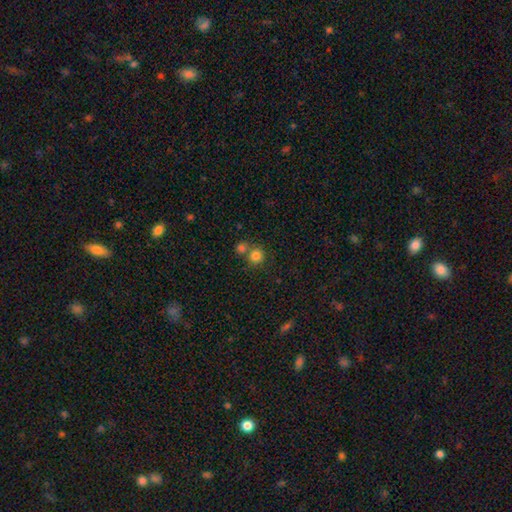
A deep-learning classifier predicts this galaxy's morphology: The model was most divided on "merging": none: 61%, merger: 30%, minor disturbance: 7%, major disturbance: 3%. More confident: how rounded — round (92%); smooth or featured — smooth (80%).